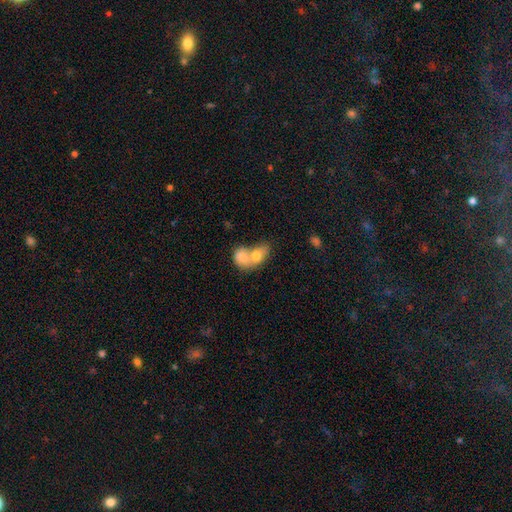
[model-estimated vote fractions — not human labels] Overall: smooth (70%). How rounded: in between (63%; round 35%). Merging: merger (80%).